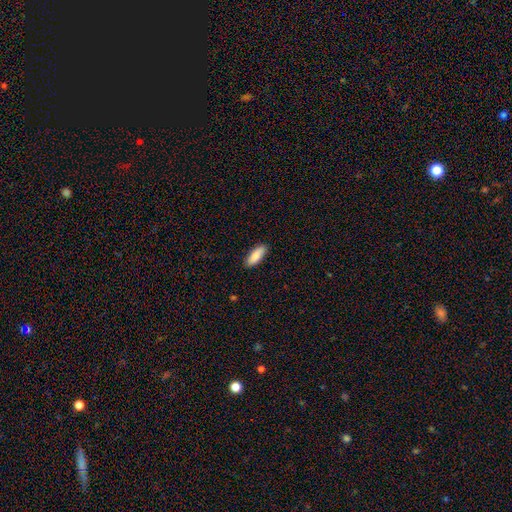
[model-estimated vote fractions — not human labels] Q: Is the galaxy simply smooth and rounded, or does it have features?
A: smooth — 88%.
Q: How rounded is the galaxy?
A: in between — 70%.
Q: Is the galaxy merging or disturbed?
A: none — 88%.